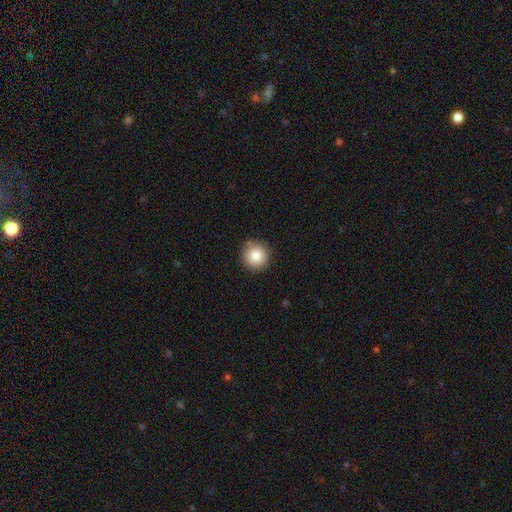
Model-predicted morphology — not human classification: A smooth galaxy with no disk features (84%) that is round (94%). Merging: none (88%).